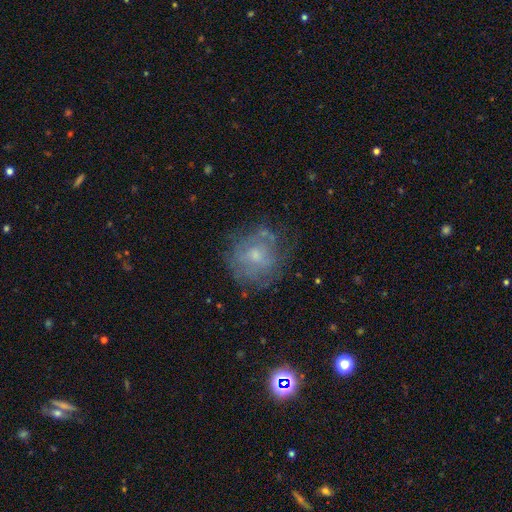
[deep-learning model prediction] Smooth or featured?
  - featured or disk: 55% *
  - smooth: 34%
  - star or artifact: 11%
Edge-on disk?
  - no: 97% *
  - yes: 3%
Bar?
  - no: 74% *
  - weak: 23%
  - strong: 3%
Spiral arms?
  - no: 54% *
  - yes: 46%
Bulge size?
  - small: 52% *
  - moderate: 37%
  - none: 7%
  - large: 2%
  - dominant: 1%
Merging?
  - none: 61% *
  - minor disturbance: 21%
  - major disturbance: 15%
  - merger: 3%